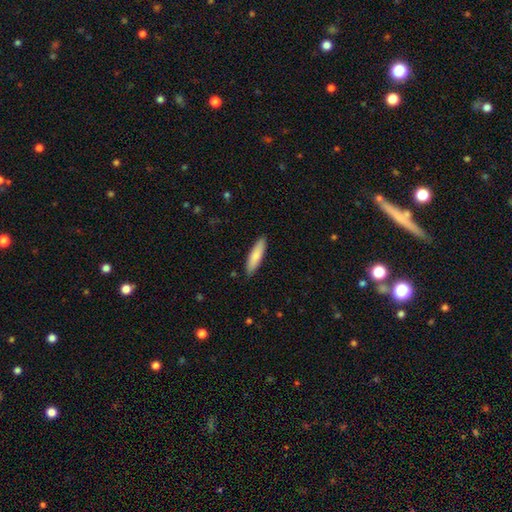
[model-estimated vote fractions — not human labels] Morphology: type=smooth (80%); roundness=cigar-shaped (70%); merging=none (88%).